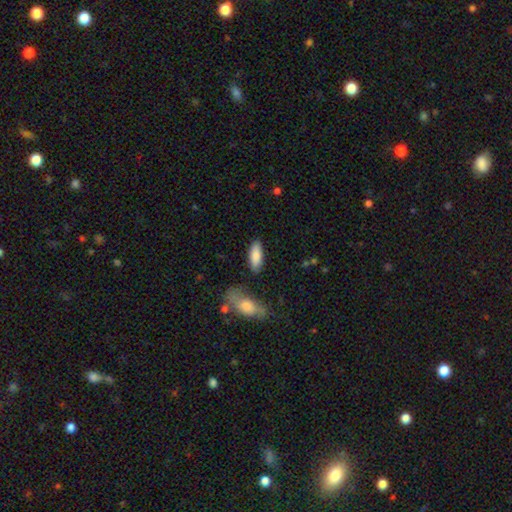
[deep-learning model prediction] Overall: smooth (85%). How rounded: in between (74%). Merging: none (82%).